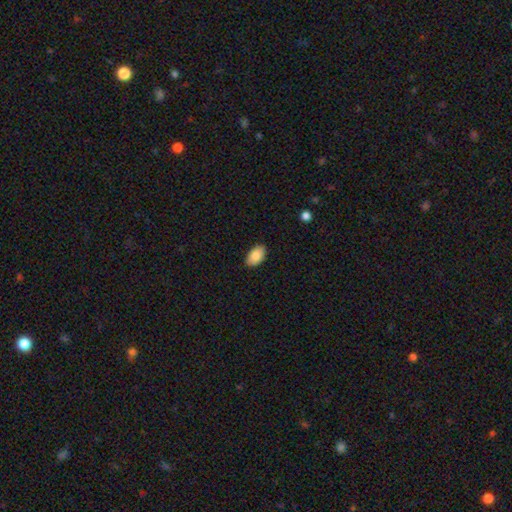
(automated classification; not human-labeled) Smooth or featured: smooth — 87% (star or artifact — 7%)
How rounded: in between — 93% (round — 5%)
Merging: none — 87% (minor disturbance — 10%)